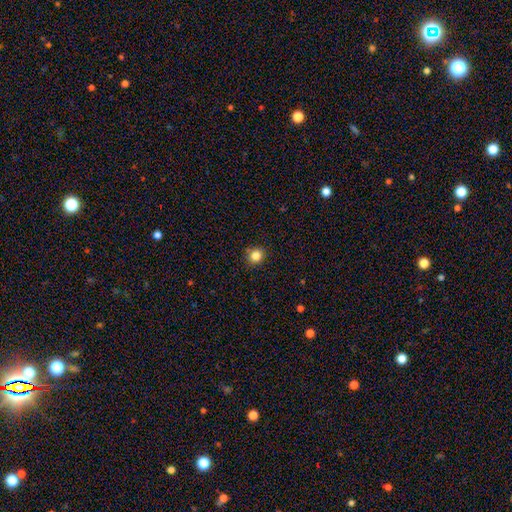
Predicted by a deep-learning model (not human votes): This is clearly a smooth galaxy (83%). How rounded: clearly round (89%). Merging: clearly none (90%).